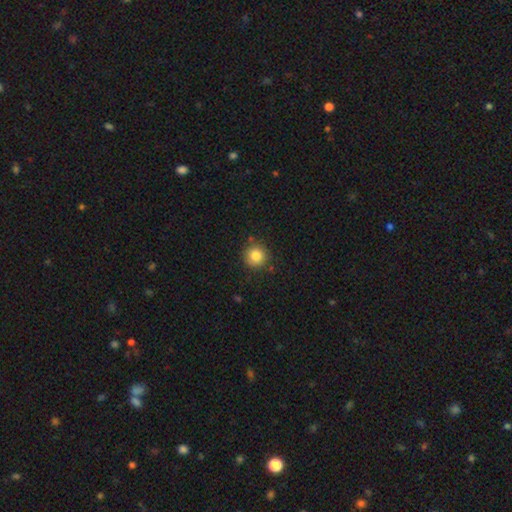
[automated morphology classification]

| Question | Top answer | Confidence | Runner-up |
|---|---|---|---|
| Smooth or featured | smooth | 83% | star or artifact (10%) |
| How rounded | round | 93% | in between (6%) |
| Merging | none | 84% | minor disturbance (11%) |